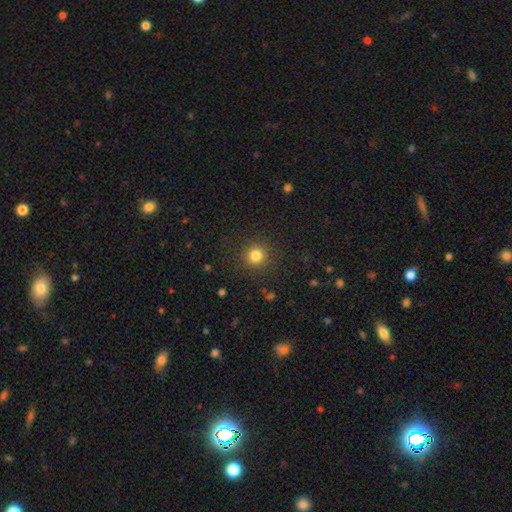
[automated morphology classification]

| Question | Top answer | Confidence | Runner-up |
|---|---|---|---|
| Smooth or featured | smooth | 81% | star or artifact (13%) |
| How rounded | round | 93% | in between (6%) |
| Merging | none | 89% | minor disturbance (6%) |